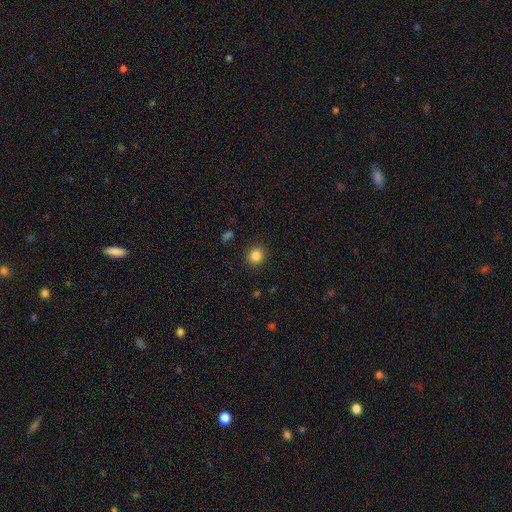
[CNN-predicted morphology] Smooth or featured: smooth — 85% (star or artifact — 11%)
How rounded: round — 85% (in between — 14%)
Merging: none — 90% (minor disturbance — 7%)